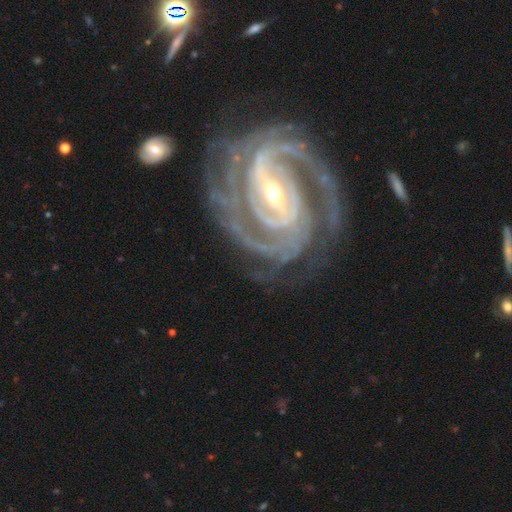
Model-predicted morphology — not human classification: A featured or disk galaxy (93%) with a strong bar (58%), 2 (40%) tight (73%) spiral arms (99%) and a small central bulge (61%).

Vote fractions:
- Smooth or featured? featured or disk: 93% / star or artifact: 4% / smooth: 2%
- Edge-on disk? no: 97% / yes: 3%
- Bar? strong: 58% / weak: 28% / no: 14%
- Spiral arms? yes: 99% / no: 1%
- Spiral winding? tight: 73% / medium: 24% / loose: 3%
- Spiral arm count? 2: 40% / 3: 24% / 4: 13% / can't tell: 10% / more than 4: 7% / 1: 6%
- Bulge size? small: 61% / moderate: 36% / large: 2% / none: 1% / dominant: 1%
- Merging? none: 75% / minor disturbance: 15% / major disturbance: 7% / merger: 2%